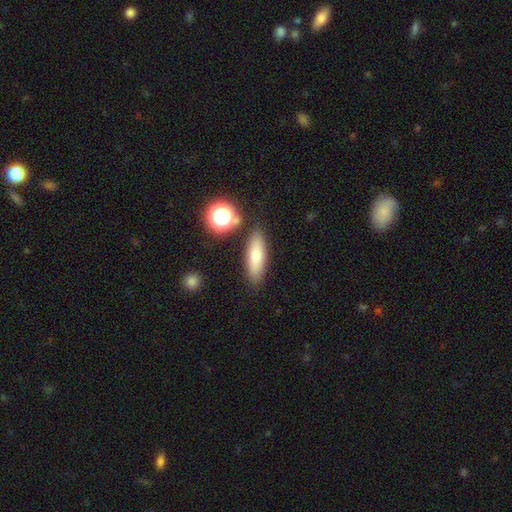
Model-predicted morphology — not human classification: A smooth galaxy with no disk features (70%) that is cigar-shaped (52%).

Vote fractions:
- Smooth or featured? smooth: 70% / featured or disk: 20% / star or artifact: 10%
- How rounded? cigar-shaped: 52% / in between: 43% / round: 5%
- Merging? none: 83% / minor disturbance: 10% / merger: 4% / major disturbance: 3%